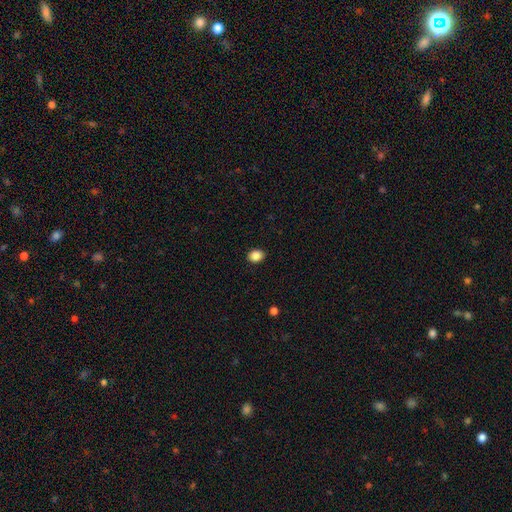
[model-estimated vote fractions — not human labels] Overall: smooth (87%). How rounded: in between (51%; round 48%). Merging: none (91%).